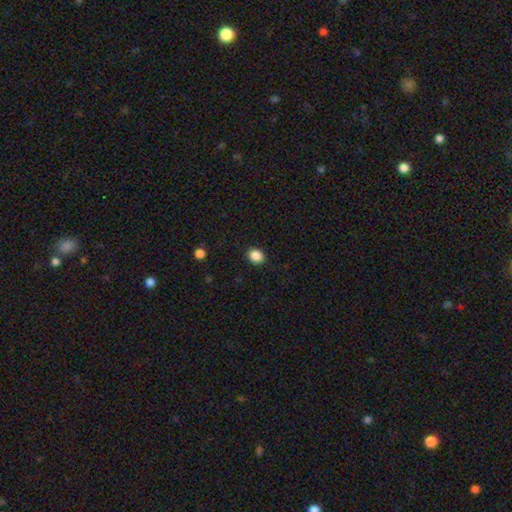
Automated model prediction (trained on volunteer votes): A smooth galaxy with no disk features (87%) that is round (60%).

Vote fractions:
- Smooth or featured? smooth: 87% / star or artifact: 10% / featured or disk: 3%
- How rounded? round: 60% / in between: 39% / cigar-shaped: 1%
- Merging? none: 90% / minor disturbance: 7% / major disturbance: 2% / merger: 1%